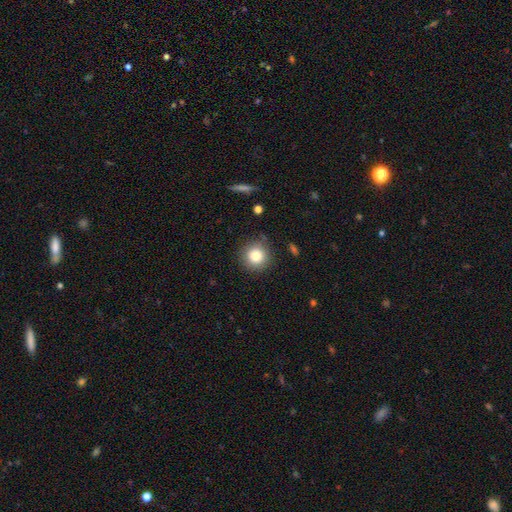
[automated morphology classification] This is clearly a smooth galaxy (83%). How rounded: clearly round (94%). Merging: clearly none (85%).